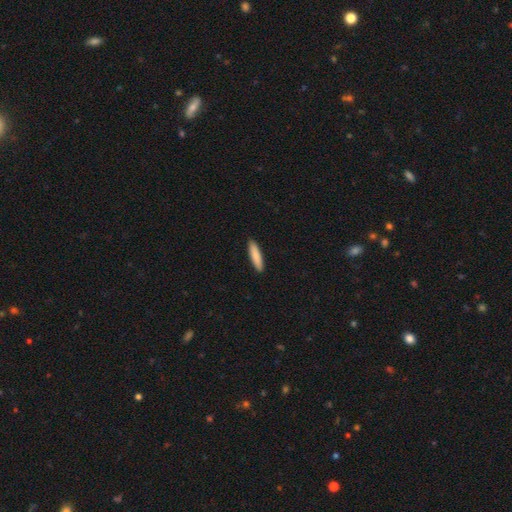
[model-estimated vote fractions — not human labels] smooth 87%, featured or disk 8%, star or artifact 5%. Down the decision tree: how rounded — cigar-shaped (80%); merging — none (91%).